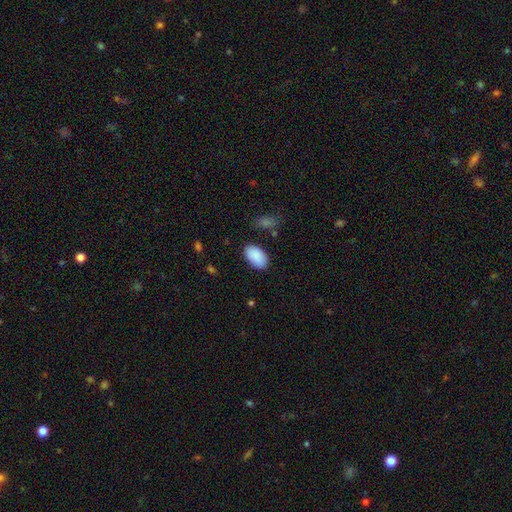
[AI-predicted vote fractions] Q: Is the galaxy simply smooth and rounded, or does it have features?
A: smooth — 90%.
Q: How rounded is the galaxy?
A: in between — 95%.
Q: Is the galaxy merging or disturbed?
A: none — 82%.